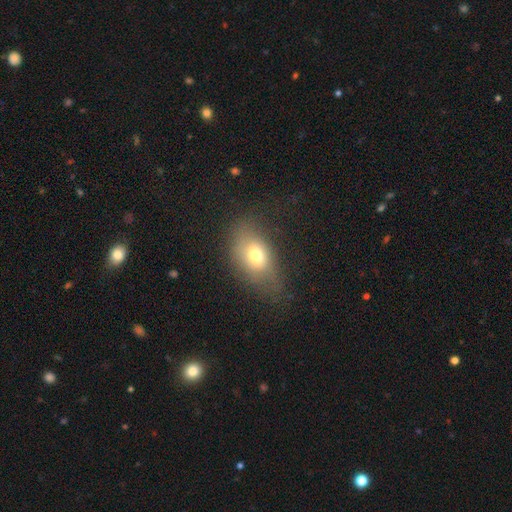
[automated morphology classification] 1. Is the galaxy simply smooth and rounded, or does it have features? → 70% smooth, 18% featured or disk, 11% star or artifact.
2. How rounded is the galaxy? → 81% in between, 16% round, 3% cigar-shaped.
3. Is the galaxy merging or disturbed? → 63% none, 23% minor disturbance, 12% major disturbance, 2% merger.